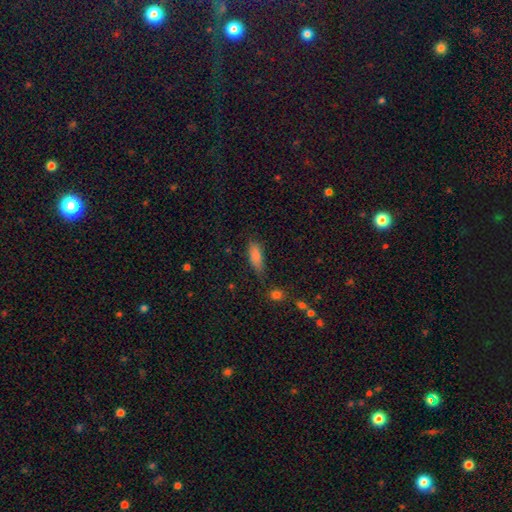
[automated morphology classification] Smooth or featured? Predicted: smooth (p=0.84). How rounded? Predicted: in between (p=0.69). Merging? Predicted: none (p=0.62).